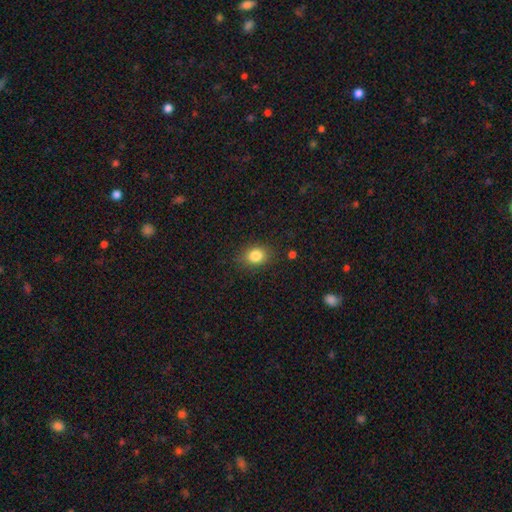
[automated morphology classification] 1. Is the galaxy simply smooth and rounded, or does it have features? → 84% smooth, 10% star or artifact, 6% featured or disk.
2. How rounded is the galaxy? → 50% round, 49% in between, 1% cigar-shaped.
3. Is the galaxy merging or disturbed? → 83% none, 12% minor disturbance, 3% major disturbance, 1% merger.